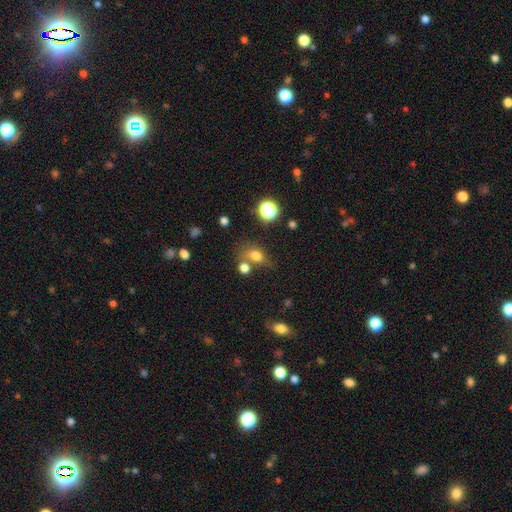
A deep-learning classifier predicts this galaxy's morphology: type=smooth (74%); roundness=in between (68%); merging=none (53%).